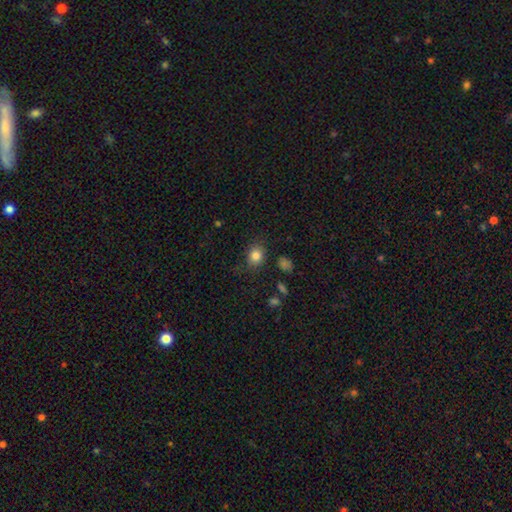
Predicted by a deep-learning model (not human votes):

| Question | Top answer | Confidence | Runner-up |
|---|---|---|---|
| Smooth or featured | smooth | 83% | star or artifact (11%) |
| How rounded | round | 60% | in between (39%) |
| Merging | none | 76% | minor disturbance (16%) |